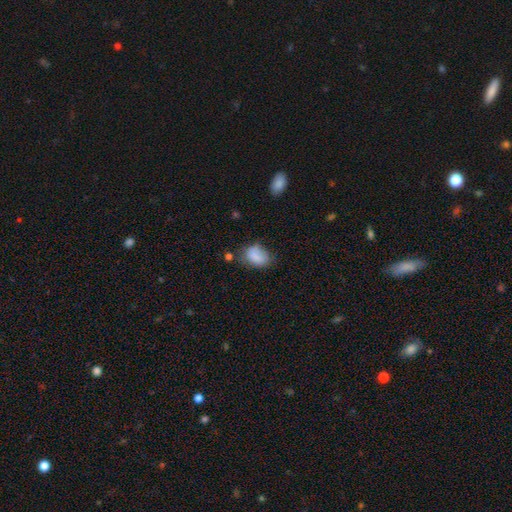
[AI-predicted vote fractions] Smooth or featured? smooth (81%)
How rounded? in between (79%)
Merging? none (53%)